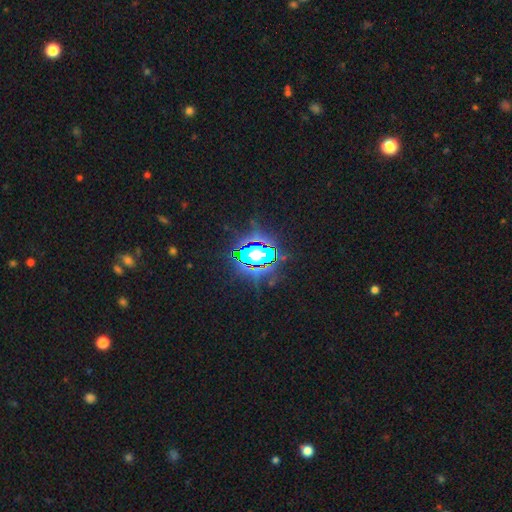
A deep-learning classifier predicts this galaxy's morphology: smooth-or-featured: star or artifact: 80% | smooth: 11% | featured or disk: 9%